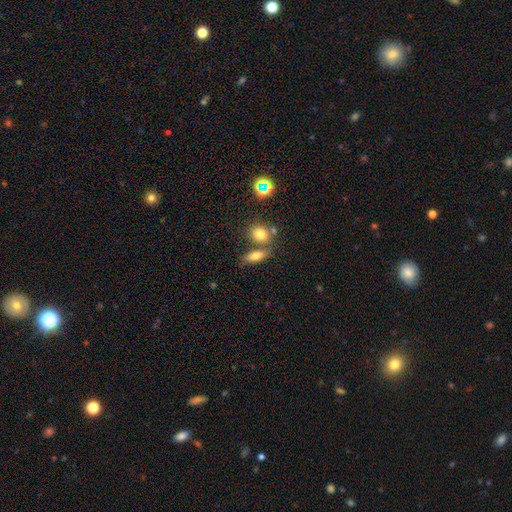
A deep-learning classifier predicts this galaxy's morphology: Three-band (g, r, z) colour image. It shows a smooth galaxy with no disk features (73%) that is in between round and cigar-shaped (73%). Merging: none (55%).